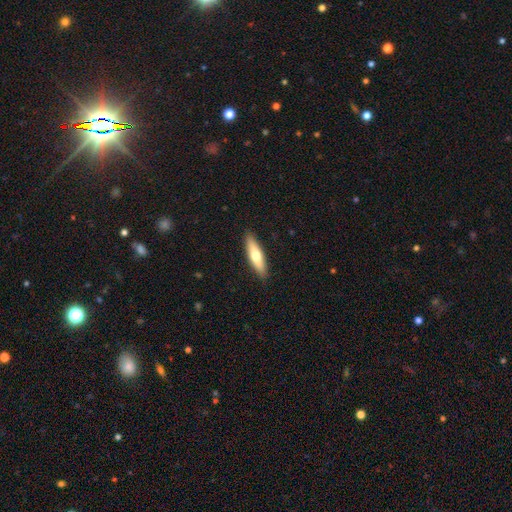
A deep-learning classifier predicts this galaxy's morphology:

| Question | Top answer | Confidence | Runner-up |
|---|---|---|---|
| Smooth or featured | smooth | 60% | featured or disk (35%) |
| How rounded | cigar-shaped | 67% | in between (31%) |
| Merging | none | 90% | minor disturbance (8%) |